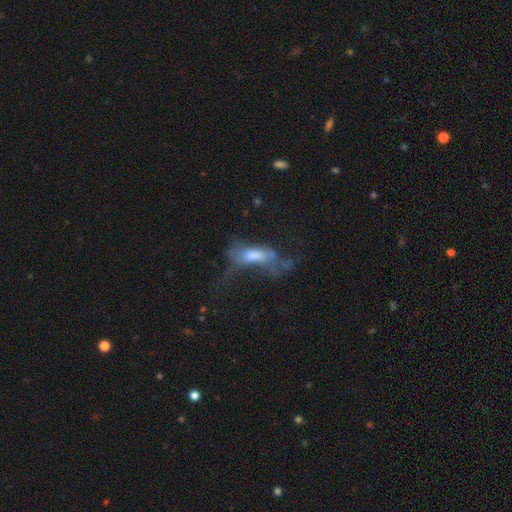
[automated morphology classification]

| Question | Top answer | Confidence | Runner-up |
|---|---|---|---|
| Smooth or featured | featured or disk | 45% | smooth (41%) |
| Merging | major disturbance | 48% | none (26%) |